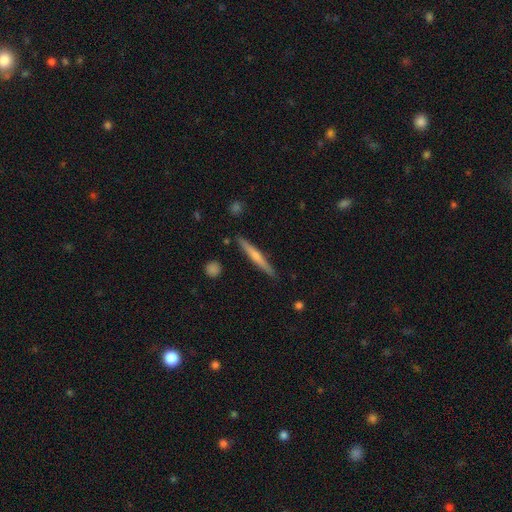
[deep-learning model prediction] The model was most divided on "smooth or featured": smooth: 49%, featured or disk: 45%, star or artifact: 6%. More confident: merging — none (89%).